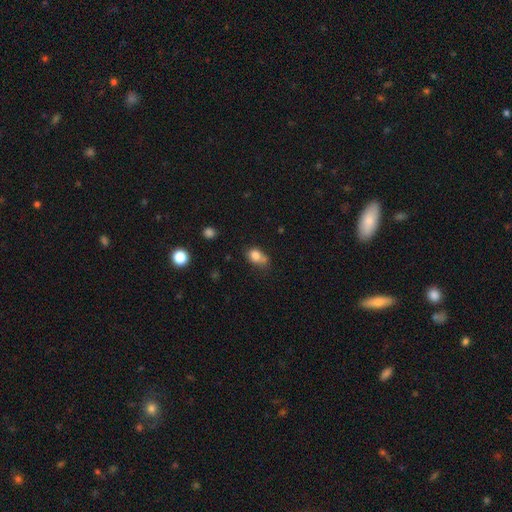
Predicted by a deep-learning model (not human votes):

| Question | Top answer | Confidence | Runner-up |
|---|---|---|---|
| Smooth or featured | smooth | 79% | star or artifact (11%) |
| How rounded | in between | 58% | round (41%) |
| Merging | none | 41% | merger (27%) |